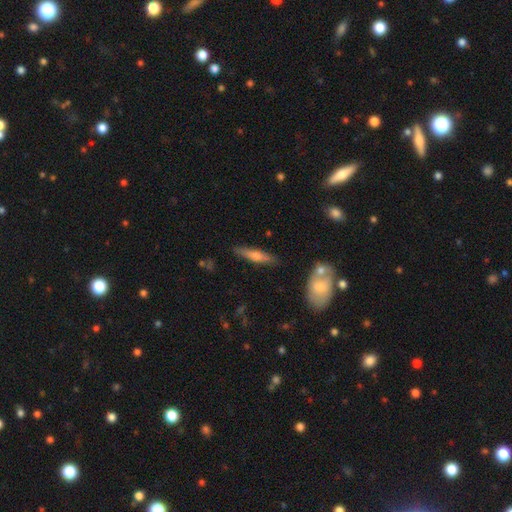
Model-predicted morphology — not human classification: smooth-or-featured: smooth: 52% | featured or disk: 42% | star or artifact: 6%
  how-rounded: cigar-shaped: 82% | in between: 16% | round: 2%
  merging: none: 83% | minor disturbance: 12% | merger: 3% | major disturbance: 2%